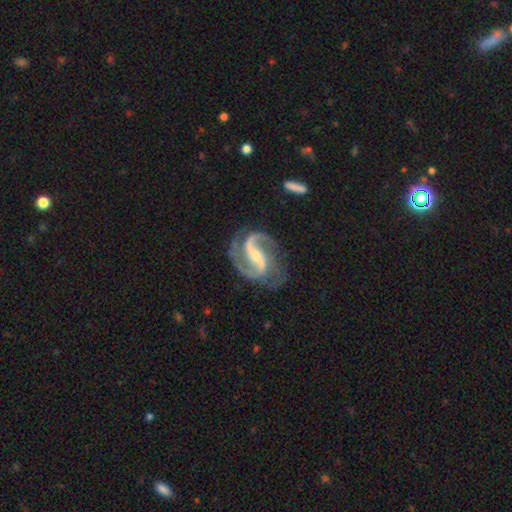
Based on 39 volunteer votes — Morphology: type=featured or disk (92%); edge-on=no (100%); bar=strong (56%); spiral arms=yes (92%); winding=medium (55%); arm count=2 (82%); bulge=small (69%); merging=none (78%).